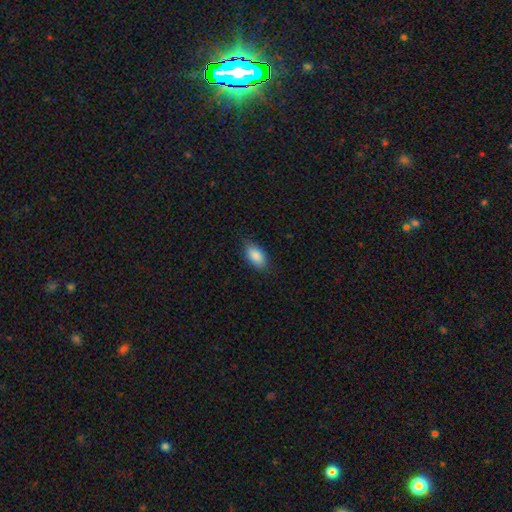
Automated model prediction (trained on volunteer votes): Overall: smooth (88%). How rounded: in between (92%). Merging: none (82%).